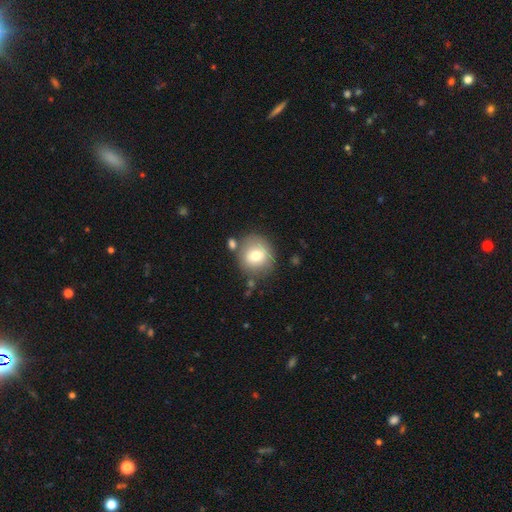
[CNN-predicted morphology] smooth-or-featured: smooth: 73% | featured or disk: 18% | star or artifact: 9%
  how-rounded: round: 89% | in between: 10% | cigar-shaped: 1%
  merging: none: 74% | minor disturbance: 13% | merger: 9% | major disturbance: 5%